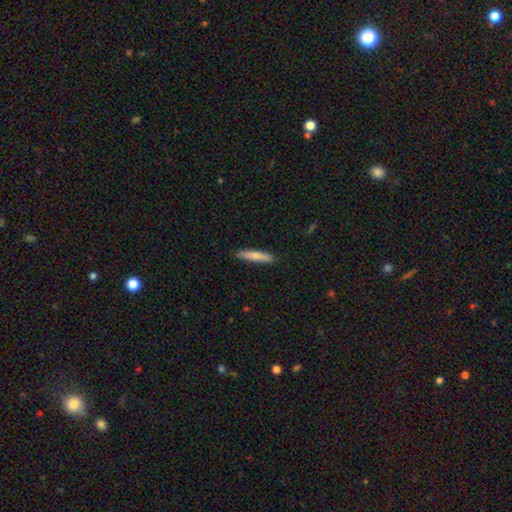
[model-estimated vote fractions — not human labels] Smooth or featured?
  - smooth: 77% *
  - featured or disk: 18%
  - star or artifact: 5%
How rounded?
  - cigar-shaped: 89% *
  - in between: 9%
  - round: 1%
Merging?
  - none: 88% *
  - minor disturbance: 9%
  - major disturbance: 2%
  - merger: 1%